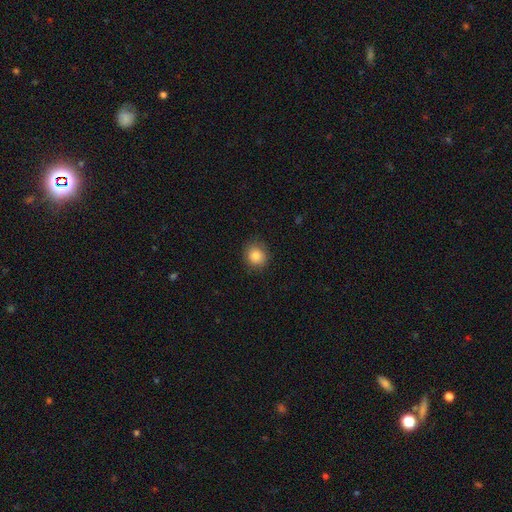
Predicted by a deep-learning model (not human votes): smooth-or-featured: smooth: 85% | star or artifact: 9% | featured or disk: 6%
  how-rounded: round: 86% | in between: 13% | cigar-shaped: 1%
  merging: none: 86% | minor disturbance: 10% | major disturbance: 3% | merger: 1%